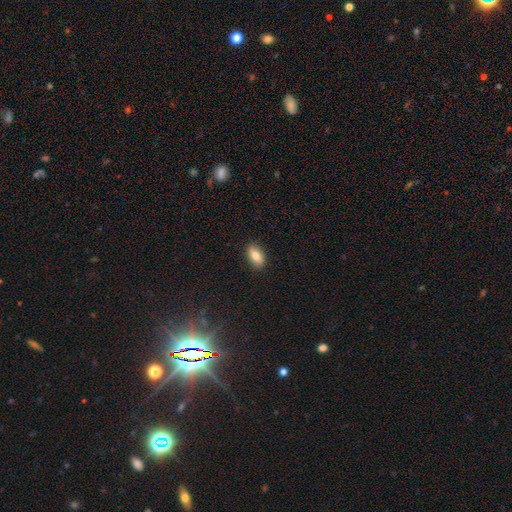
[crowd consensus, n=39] Morphology: type=smooth (82%); roundness=in between (94%); merging=none (90%).